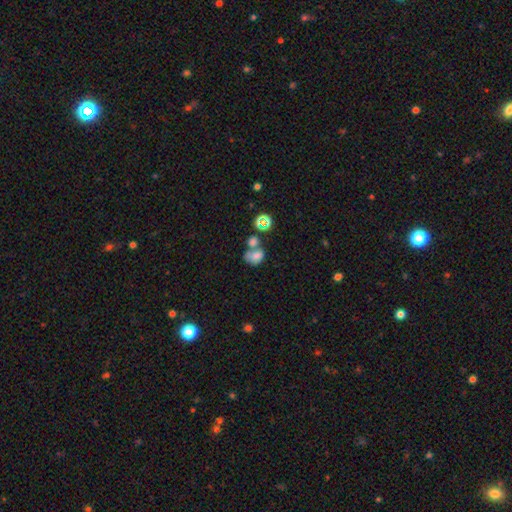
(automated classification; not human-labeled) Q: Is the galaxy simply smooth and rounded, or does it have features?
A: smooth — 67%.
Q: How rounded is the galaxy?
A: in between — 61%.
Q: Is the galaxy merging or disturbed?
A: merger — 53%.